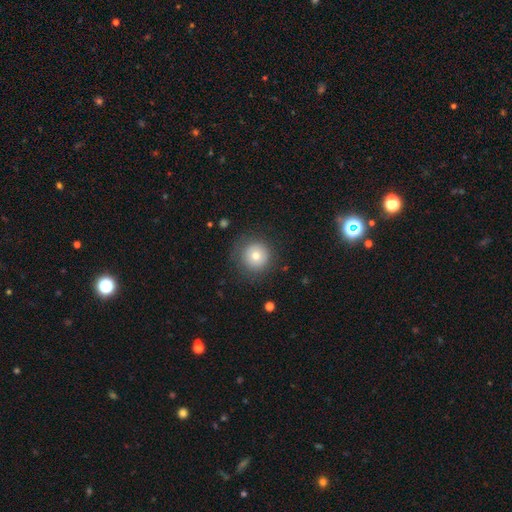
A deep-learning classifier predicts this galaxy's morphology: smooth-or-featured: smooth: 73% | featured or disk: 16% | star or artifact: 11%
  how-rounded: round: 95% | in between: 4% | cigar-shaped: 1%
  merging: none: 81% | minor disturbance: 12% | major disturbance: 6% | merger: 1%